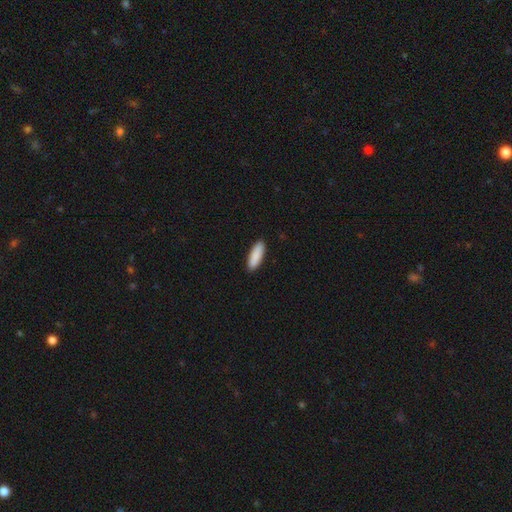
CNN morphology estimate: Q: Smooth or featured?
A: smooth (90%); runner-up: star or artifact (5%)
Q: How rounded?
A: in between (52%); runner-up: cigar-shaped (47%)
Q: Merging?
A: none (91%); runner-up: minor disturbance (7%)